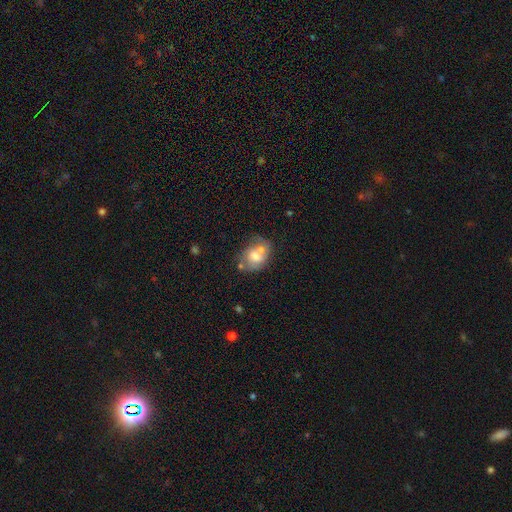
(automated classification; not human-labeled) Morphology: type=smooth (56%); roundness=in between (64%); merging=merger (43%).